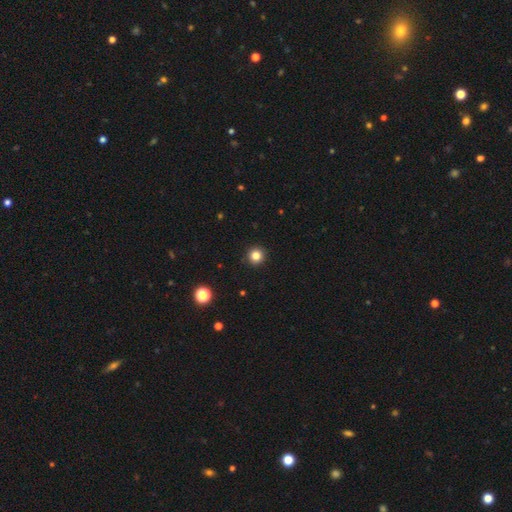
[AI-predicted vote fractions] This appears to be a smooth galaxy with no disk features (83%) that is round (95%). Merging: none (93%).